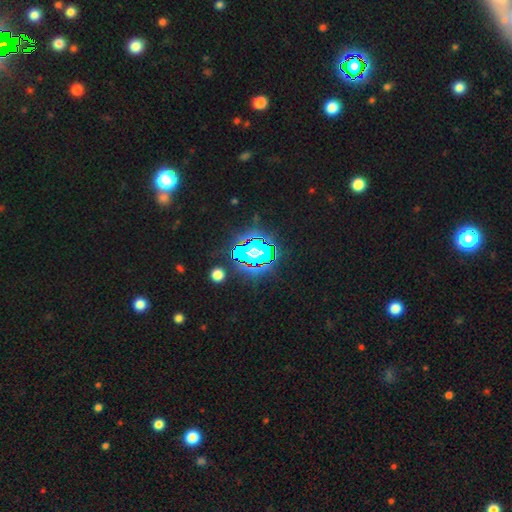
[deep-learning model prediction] A star or artifact, not a galaxy (62%).